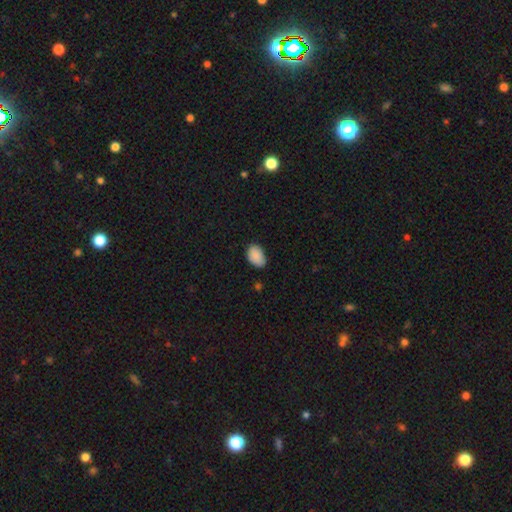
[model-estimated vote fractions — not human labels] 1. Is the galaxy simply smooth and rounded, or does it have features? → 89% smooth, 7% star or artifact, 4% featured or disk.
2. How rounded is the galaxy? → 87% in between, 12% round, 1% cigar-shaped.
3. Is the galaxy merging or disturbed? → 75% none, 21% minor disturbance, 3% major disturbance, 1% merger.